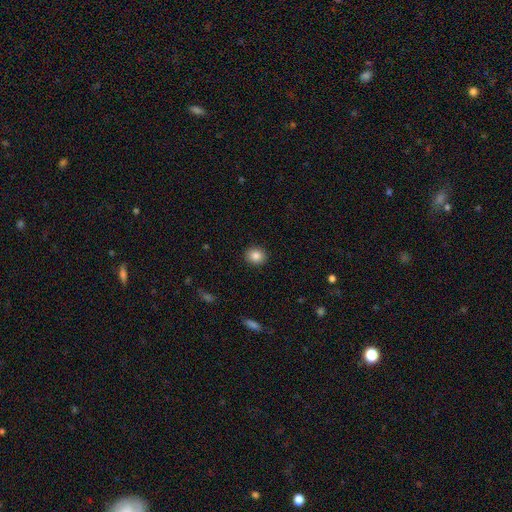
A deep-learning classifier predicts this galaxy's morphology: A smooth galaxy with no disk features (86%) that is round (74%).

Vote fractions:
- Smooth or featured? smooth: 86% / star or artifact: 9% / featured or disk: 5%
- How rounded? round: 74% / in between: 25% / cigar-shaped: 1%
- Merging? none: 91% / minor disturbance: 6% / major disturbance: 2% / merger: 1%